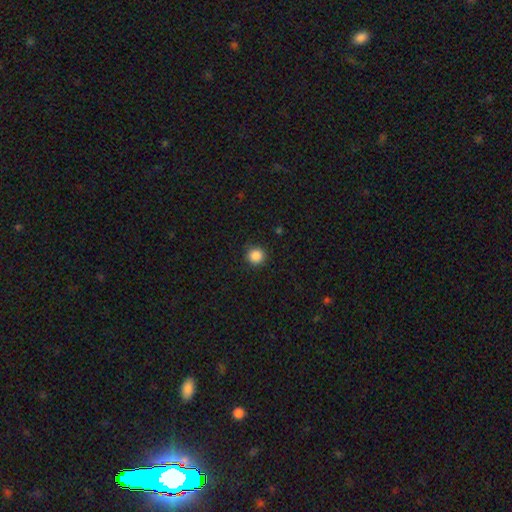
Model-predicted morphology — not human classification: smooth-or-featured: smooth: 87% | star or artifact: 10% | featured or disk: 3%
  how-rounded: round: 94% | in between: 5% | cigar-shaped: 1%
  merging: none: 89% | minor disturbance: 8% | major disturbance: 2% | merger: 1%